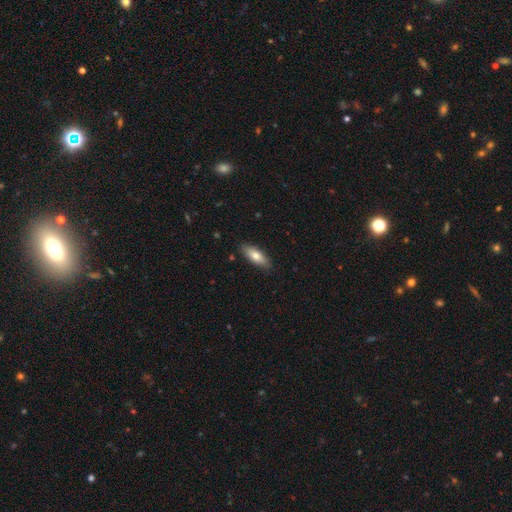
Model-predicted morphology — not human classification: This appears to be a smooth galaxy with no disk features (74%) that is in between round and cigar-shaped (71%). Merging: none (86%).